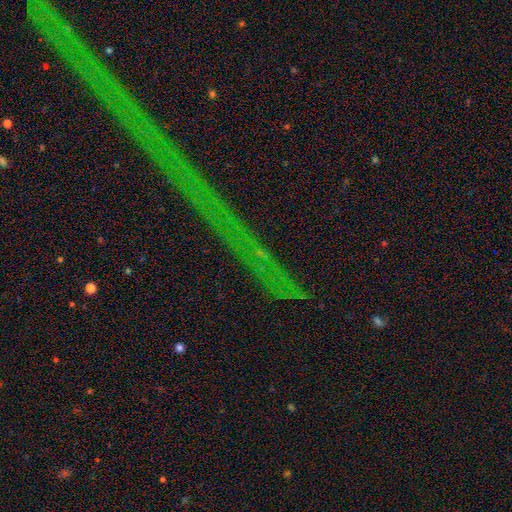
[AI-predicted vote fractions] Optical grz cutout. It shows a star or artifact, not a galaxy (81%).